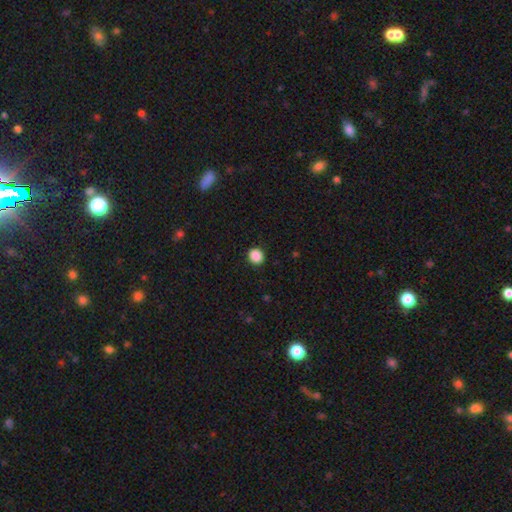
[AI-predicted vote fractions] This appears to be a smooth galaxy with no disk features (88%) that is round (84%). Merging: none (91%).